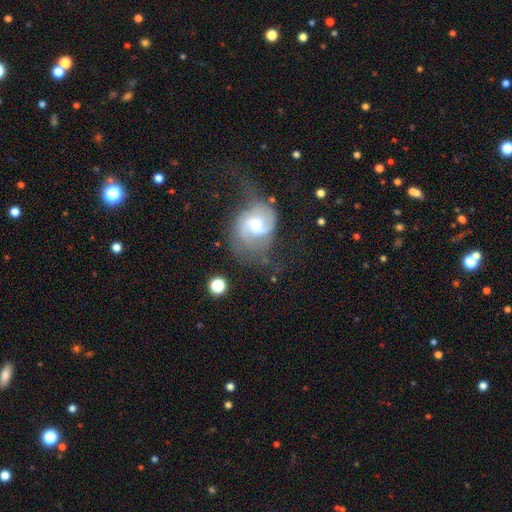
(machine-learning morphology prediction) Smooth or featured? featured or disk (76%)
Edge-on disk? no (97%)
Bar? no (44%)
Spiral arms? yes (91%)
Spiral winding? loose (40%, tied with medium)
Spiral arm count? 2 (80%)
Bulge size? moderate (59%)
Merging? none (52%)